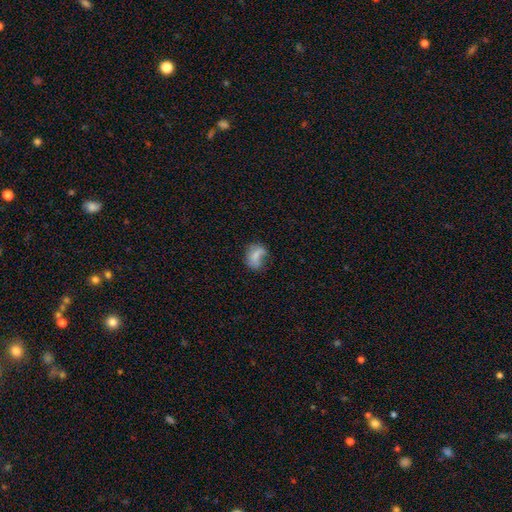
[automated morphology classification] This is likely a smooth galaxy (64%). How rounded: likely in between (70%). Merging: marginally none (41%).